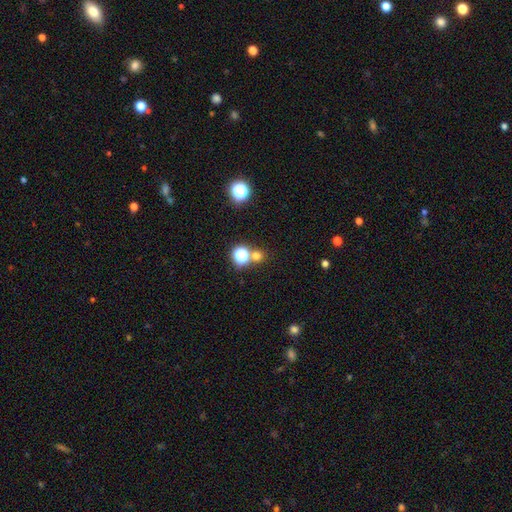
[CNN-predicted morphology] A smooth galaxy with no disk features (64%) that is round (89%). Merging: none (66%).